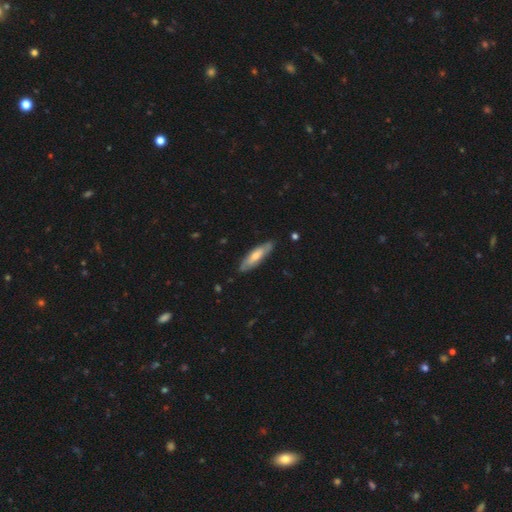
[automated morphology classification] smooth 55%, featured or disk 40%, star or artifact 5%. Down the decision tree: how rounded — cigar-shaped (65%); merging — none (84%).